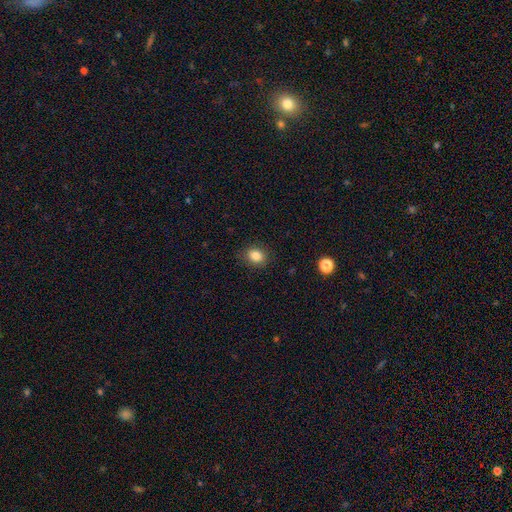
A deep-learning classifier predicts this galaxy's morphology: type=smooth (84%); roundness=round (55%); merging=none (86%).